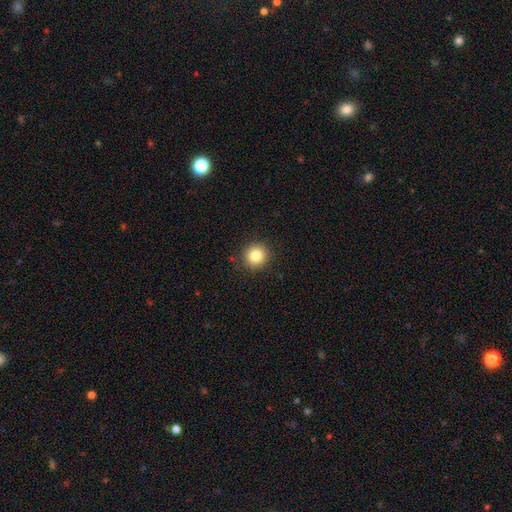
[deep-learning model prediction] smooth_or_featured: smooth (p=0.83) [alt: star or artifact p=0.11]
how_rounded: round (p=0.91) [alt: in between p=0.08]
merging: none (p=0.90) [alt: minor disturbance p=0.07]